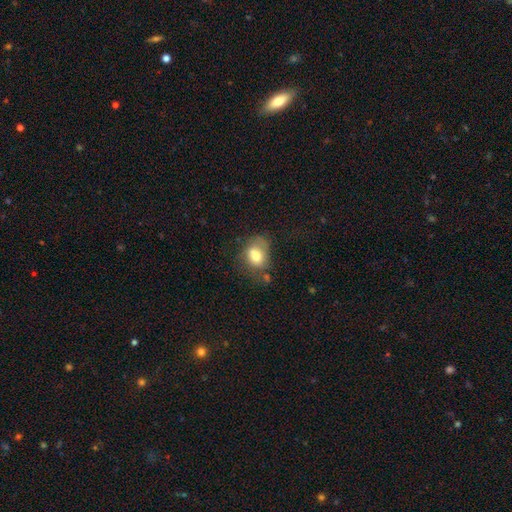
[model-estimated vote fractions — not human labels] Smooth or featured?
  - smooth: 72% *
  - featured or disk: 19%
  - star or artifact: 9%
How rounded?
  - in between: 62% *
  - round: 37%
  - cigar-shaped: 1%
Merging?
  - none: 42% *
  - minor disturbance: 30%
  - major disturbance: 18%
  - merger: 10%